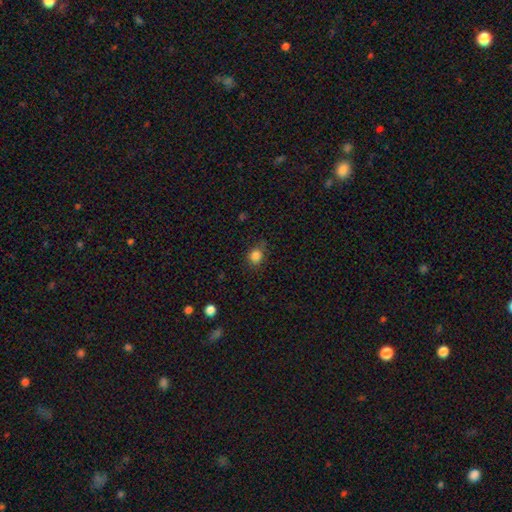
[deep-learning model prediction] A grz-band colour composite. It shows a smooth galaxy with no disk features (83%) that is round (70%). Merging: none (75%).